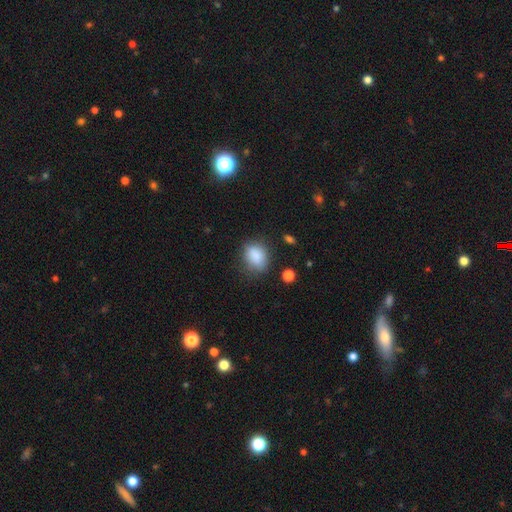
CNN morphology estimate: Smooth or featured: smooth — 85% (star or artifact — 9%)
How rounded: in between — 64% (round — 34%)
Merging: none — 69% (minor disturbance — 22%)